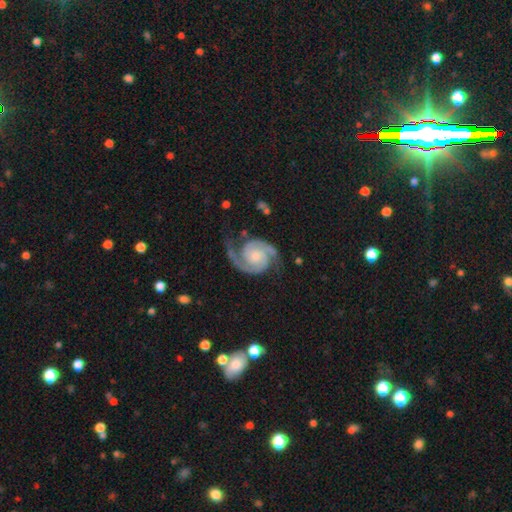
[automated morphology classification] type=featured or disk (93%); edge-on=no (98%); bar=no (73%); spiral arms=yes (99%); winding=medium (46%); arm count=2 (94%); bulge=small (44%); merging=none (74%).